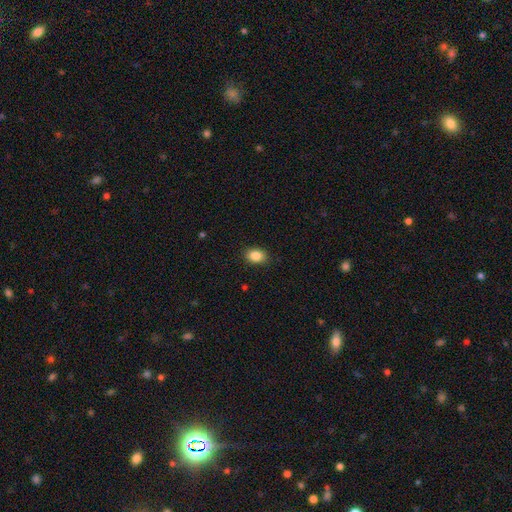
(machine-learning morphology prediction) smooth-or-featured: smooth: 86% | star or artifact: 9% | featured or disk: 5%
  how-rounded: in between: 73% | round: 26% | cigar-shaped: 1%
  merging: none: 88% | minor disturbance: 9% | major disturbance: 2% | merger: 1%